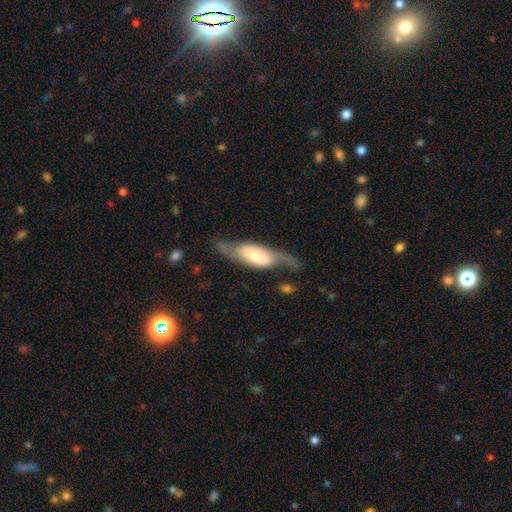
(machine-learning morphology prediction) A featured or disk galaxy (57%).

Vote fractions:
- Smooth or featured? featured or disk: 57% / smooth: 37% / star or artifact: 6%
- Edge-on disk? no: 62% / yes: 38%
- Merging? none: 49% / minor disturbance: 25% / major disturbance: 23% / merger: 4%